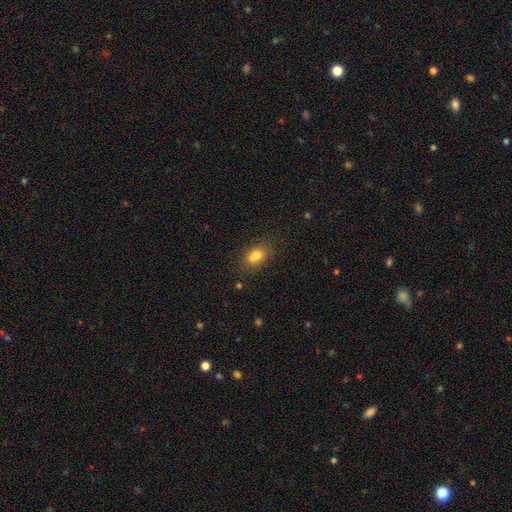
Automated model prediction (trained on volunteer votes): Smooth or featured: smooth — 77% (featured or disk — 12%)
How rounded: in between — 79% (round — 18%)
Merging: none — 60% (merger — 20%)